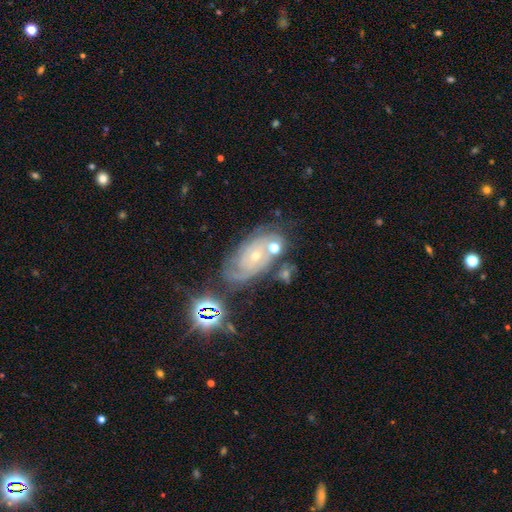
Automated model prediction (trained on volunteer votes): smooth_or_featured: featured or disk (p=0.75) [alt: star or artifact p=0.14]
disk_edge_on: no (p=0.95) [alt: yes p=0.05]
bar: no (p=0.76) [alt: weak p=0.19]
has_spiral_arms: yes (p=0.93) [alt: no p=0.07]
spiral_winding: tight (p=0.72) [alt: medium p=0.23]
spiral_arm_count: can't tell (p=0.37) [alt: 2 p=0.27]
bulge_size: small (p=0.68) [alt: moderate p=0.28]
merging: none (p=0.62) [alt: minor disturbance p=0.20]